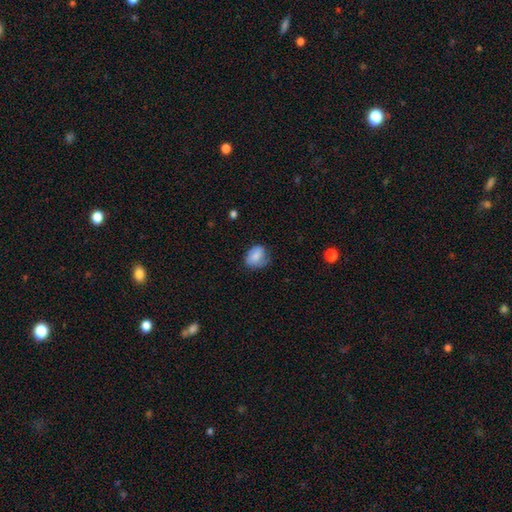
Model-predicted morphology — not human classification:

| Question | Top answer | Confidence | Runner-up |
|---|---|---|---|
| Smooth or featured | smooth | 74% | featured or disk (18%) |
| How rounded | in between | 66% | round (33%) |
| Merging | none | 54% | minor disturbance (33%) |